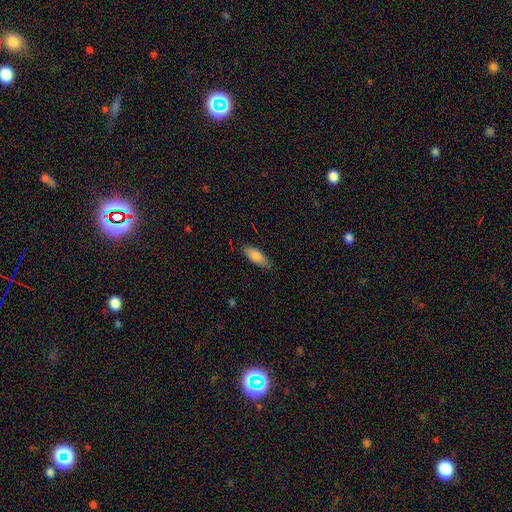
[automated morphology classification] smooth 84%, featured or disk 10%, star or artifact 6%. Down the decision tree: how rounded — in between (73%); merging — none (83%).